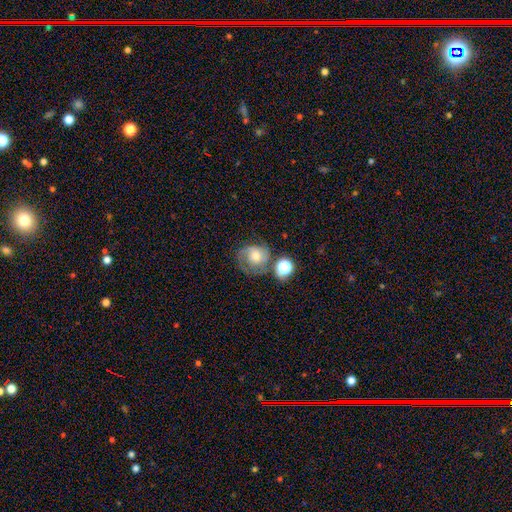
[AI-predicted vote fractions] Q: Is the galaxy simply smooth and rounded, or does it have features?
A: featured or disk — 53%.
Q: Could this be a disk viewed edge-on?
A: no — 97%.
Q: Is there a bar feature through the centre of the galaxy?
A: no — 70%.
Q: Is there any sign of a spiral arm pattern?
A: yes — 82%.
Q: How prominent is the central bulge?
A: moderate — 53%.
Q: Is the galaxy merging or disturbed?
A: none — 51%.